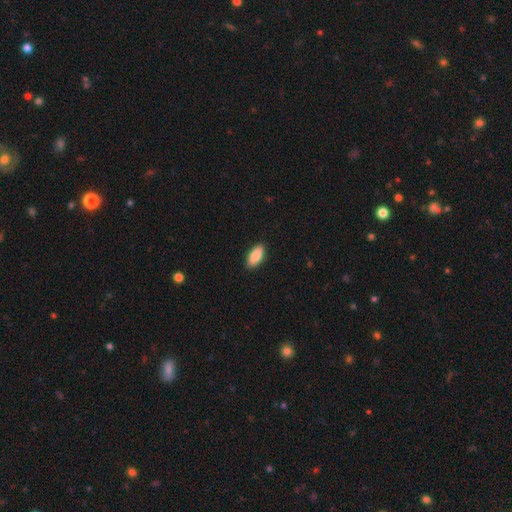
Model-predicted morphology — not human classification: Smooth or featured?
  - smooth: 87% *
  - featured or disk: 7%
  - star or artifact: 6%
How rounded?
  - in between: 88% *
  - cigar-shaped: 10%
  - round: 2%
Merging?
  - none: 89% *
  - minor disturbance: 8%
  - major disturbance: 2%
  - merger: 1%